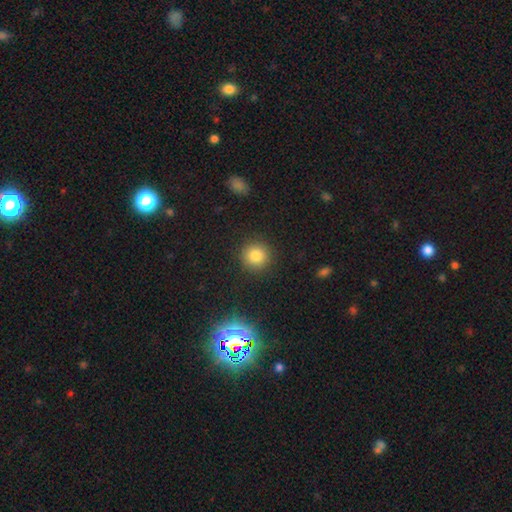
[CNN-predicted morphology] This is clearly a smooth galaxy (82%). How rounded: clearly round (93%). Merging: clearly none (90%).